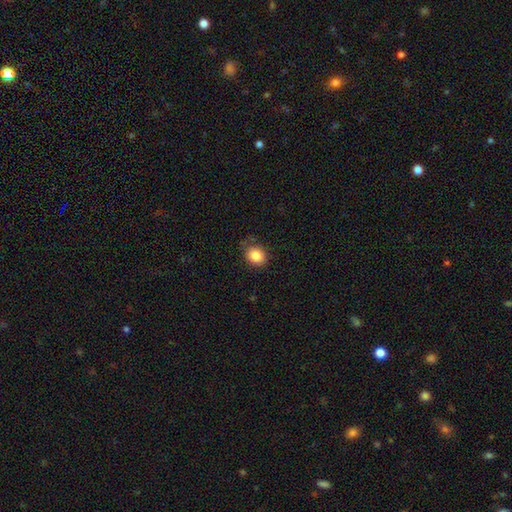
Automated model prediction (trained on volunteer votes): A smooth galaxy with no disk features (85%) that is round (64%).

Vote fractions:
- Smooth or featured? smooth: 85% / star or artifact: 9% / featured or disk: 6%
- How rounded? round: 64% / in between: 35% / cigar-shaped: 1%
- Merging? none: 77% / minor disturbance: 18% / major disturbance: 4% / merger: 2%